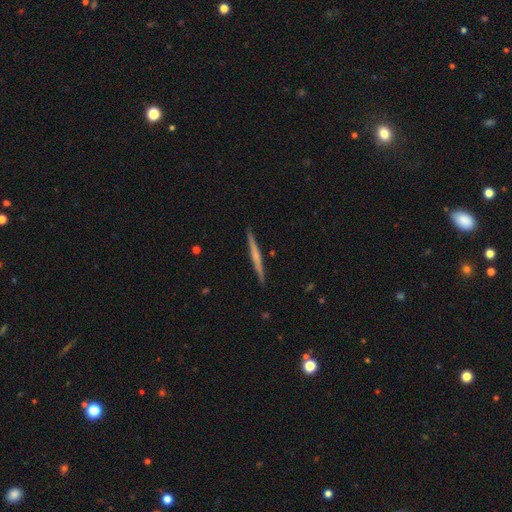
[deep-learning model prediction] Smooth or featured? Predicted: featured or disk (p=0.56). Edge-on disk? Predicted: yes (p=0.98). Edge-on bulge? Predicted: none (p=0.65). Merging? Predicted: none (p=0.92).